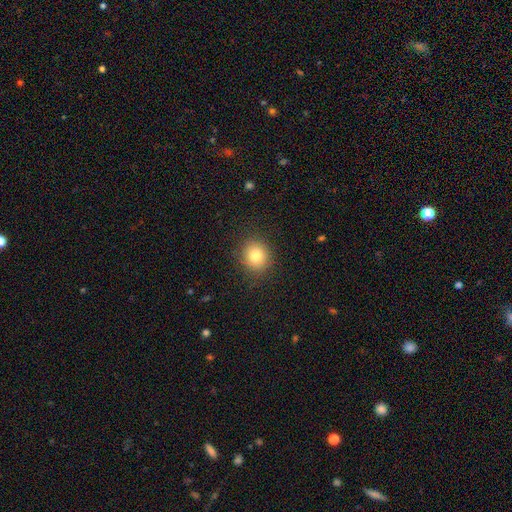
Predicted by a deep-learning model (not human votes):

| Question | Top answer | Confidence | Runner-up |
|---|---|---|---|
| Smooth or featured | smooth | 80% | star or artifact (11%) |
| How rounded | round | 81% | in between (18%) |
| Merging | none | 87% | minor disturbance (9%) |